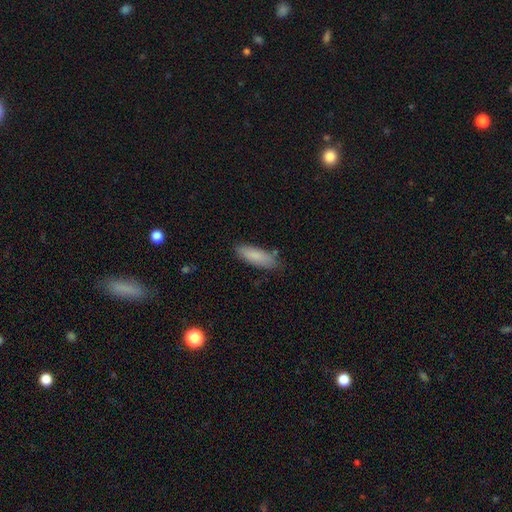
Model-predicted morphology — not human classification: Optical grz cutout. It shows a smooth galaxy with no disk features (85%) that is in between round and cigar-shaped (56%). Merging: none (81%).